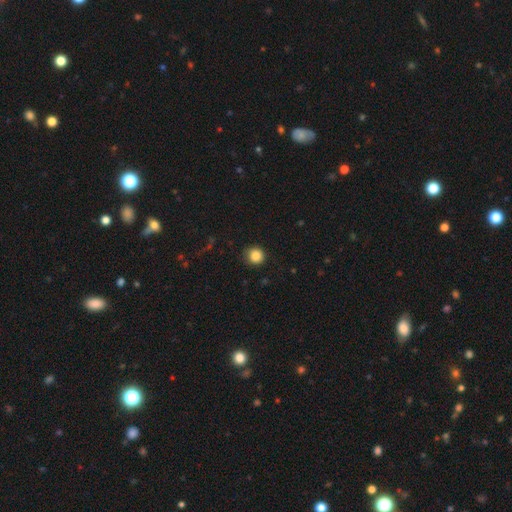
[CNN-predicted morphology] type=smooth (85%); roundness=round (92%); merging=none (85%).